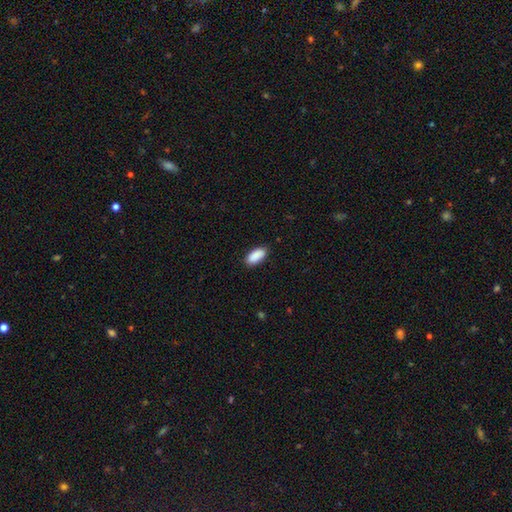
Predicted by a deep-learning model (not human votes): Smooth or featured? Predicted: smooth (p=0.90). How rounded? Predicted: in between (p=0.90). Merging? Predicted: none (p=0.86).